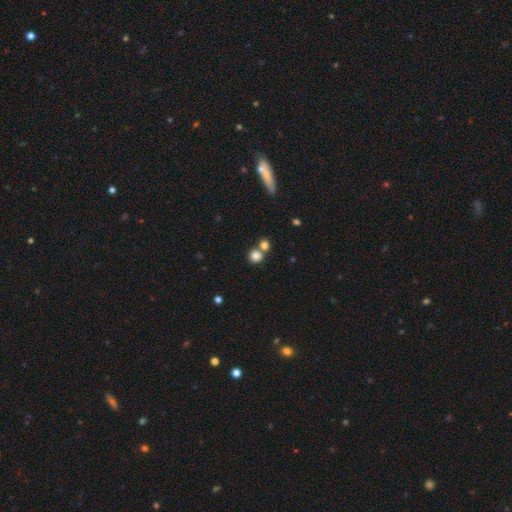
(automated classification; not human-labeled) smooth_or_featured: smooth (p=0.81) [alt: star or artifact p=0.11]
how_rounded: round (p=0.88) [alt: in between p=0.11]
merging: none (p=0.55) [alt: merger p=0.35]